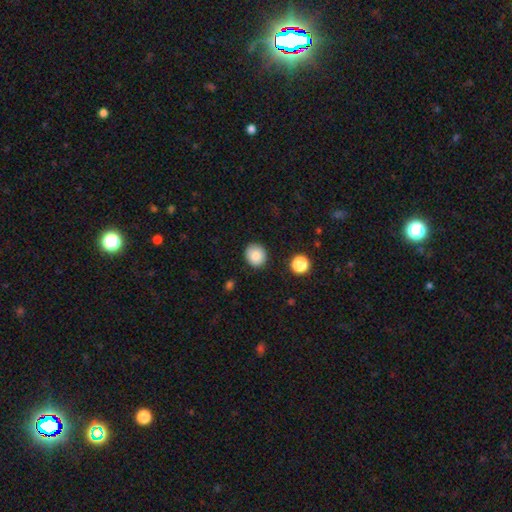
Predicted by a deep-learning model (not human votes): The model was most divided on "how rounded": round: 81%, in between: 18%, cigar-shaped: 1%. More confident: merging — none (87%); smooth or featured — smooth (85%).